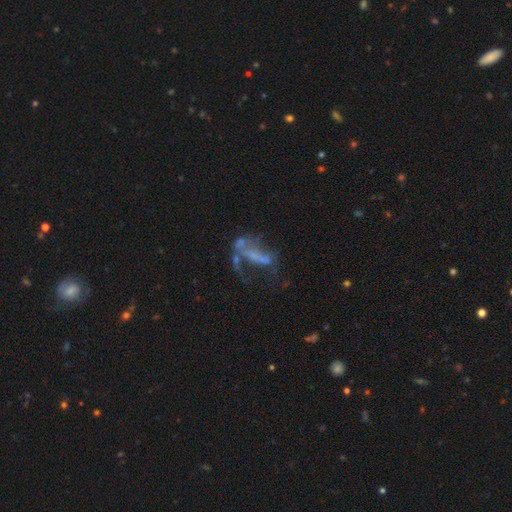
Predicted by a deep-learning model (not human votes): A featured or disk galaxy (58%) with no bar (62%), no spiral arms (72%) and no central bulge (64%).

Vote fractions:
- Smooth or featured? featured or disk: 58% / smooth: 24% / star or artifact: 18%
- Edge-on disk? no: 90% / yes: 10%
- Bar? no: 62% / weak: 20% / strong: 19%
- Spiral arms? no: 72% / yes: 28%
- Bulge size? none: 64% / small: 21% / moderate: 10% / large: 3% / dominant: 2%
- Merging? major disturbance: 40% / none: 27% / merger: 20% / minor disturbance: 14%